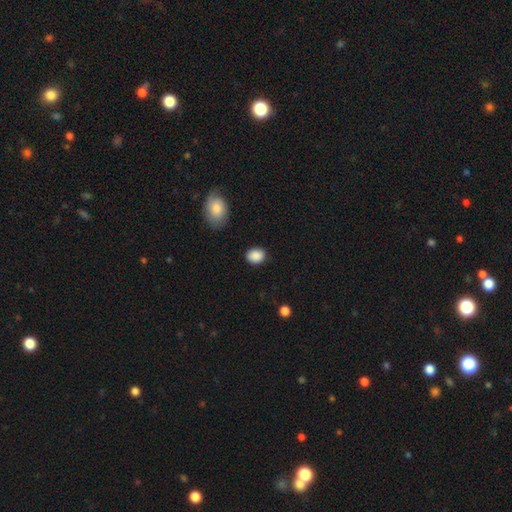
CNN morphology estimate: This appears to be a smooth galaxy with no disk features (89%) that is round (52%). Merging: none (86%).